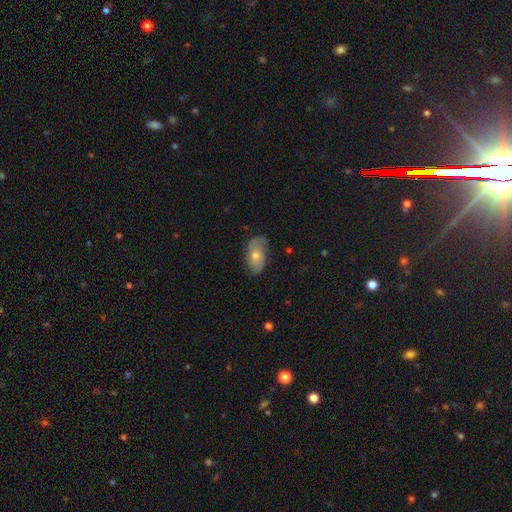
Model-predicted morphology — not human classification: Smooth or featured? featured or disk (52%)
Edge-on disk? no (91%)
Merging? none (71%)